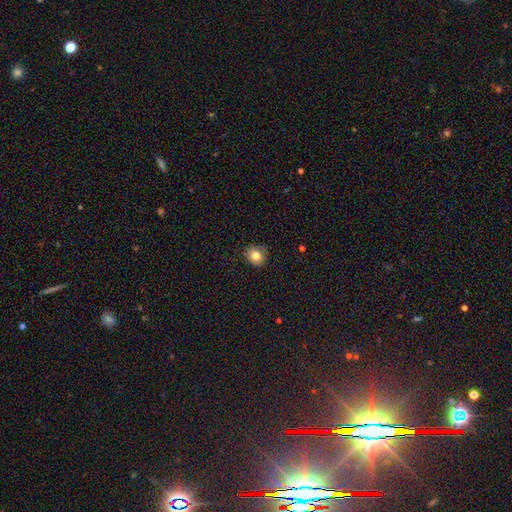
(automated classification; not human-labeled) Smooth or featured?
  - smooth: 81% *
  - star or artifact: 11%
  - featured or disk: 8%
How rounded?
  - round: 72% *
  - in between: 28%
  - cigar-shaped: 1%
Merging?
  - none: 82% *
  - minor disturbance: 14%
  - major disturbance: 3%
  - merger: 1%